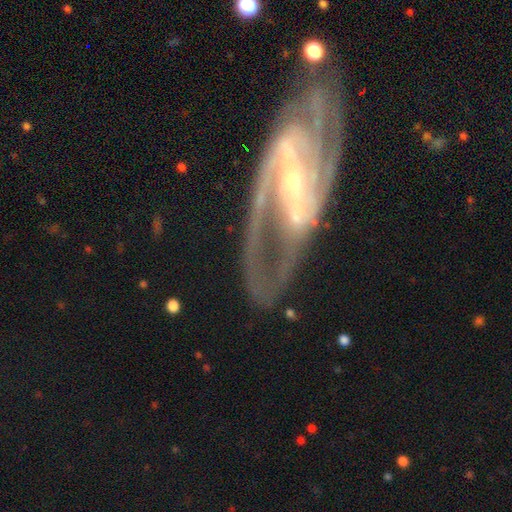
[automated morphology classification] Smooth or featured: featured or disk — 90% (star or artifact — 6%)
Edge-on disk: no — 93% (yes — 7%)
Bar: strong — 61% (weak — 25%)
Spiral arms: yes — 96% (no — 4%)
Spiral winding: medium — 51% (tight — 32%)
Spiral arm count: 2 — 66% (3 — 11%)
Bulge size: small — 78% (moderate — 17%)
Merging: none — 67% (minor disturbance — 16%)